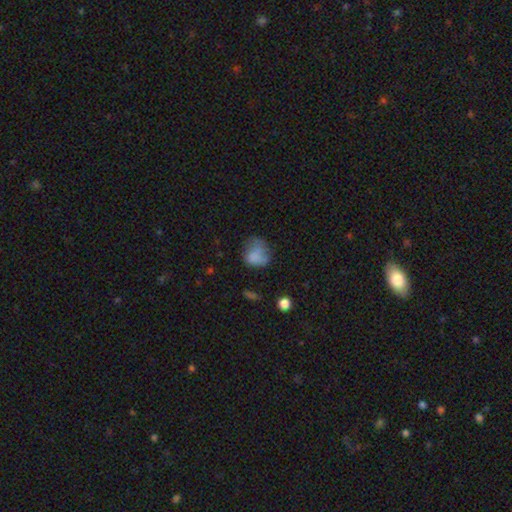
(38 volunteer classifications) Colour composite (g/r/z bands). It shows a smooth galaxy with no disk features (71%) that is round (63%). Merging: none (42%).